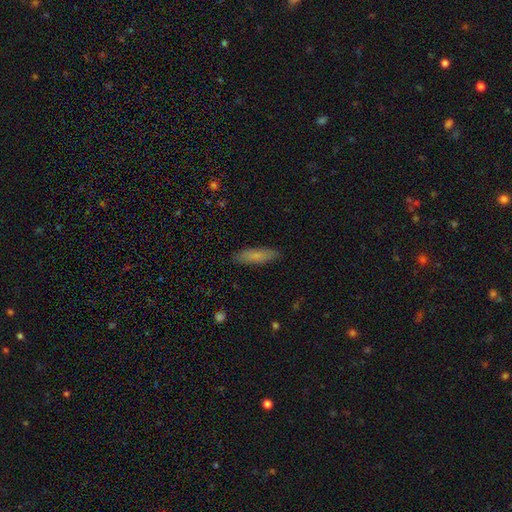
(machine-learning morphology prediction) Smooth or featured: smooth — 79% (featured or disk — 14%)
How rounded: cigar-shaped — 63% (in between — 35%)
Merging: none — 87% (minor disturbance — 10%)